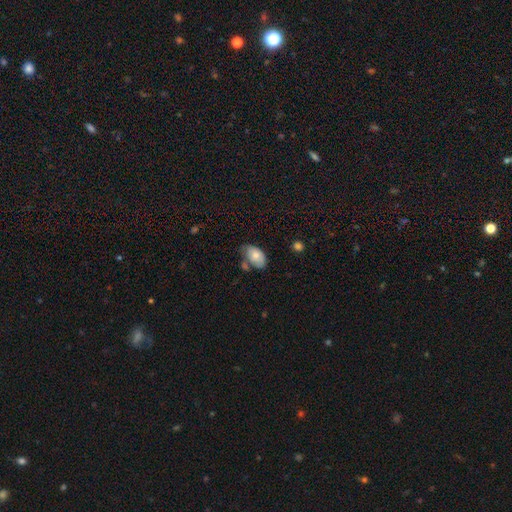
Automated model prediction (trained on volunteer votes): This is likely a smooth galaxy (73%). How rounded: clearly in between (92%). Merging: possibly none (47%).